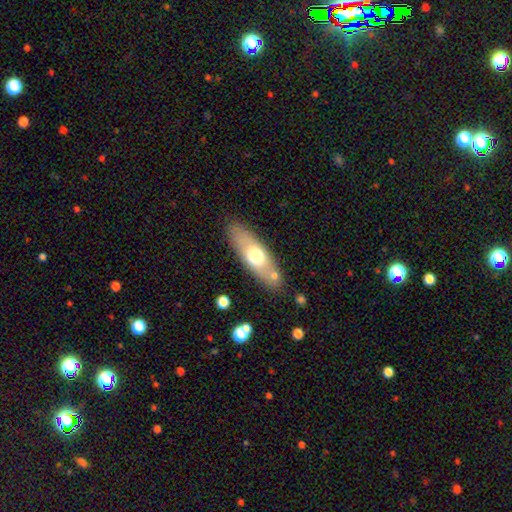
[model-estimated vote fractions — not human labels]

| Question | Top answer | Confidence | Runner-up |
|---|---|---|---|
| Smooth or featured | smooth | 59% | featured or disk (35%) |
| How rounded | in between | 57% | cigar-shaped (41%) |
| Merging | none | 81% | minor disturbance (11%) |